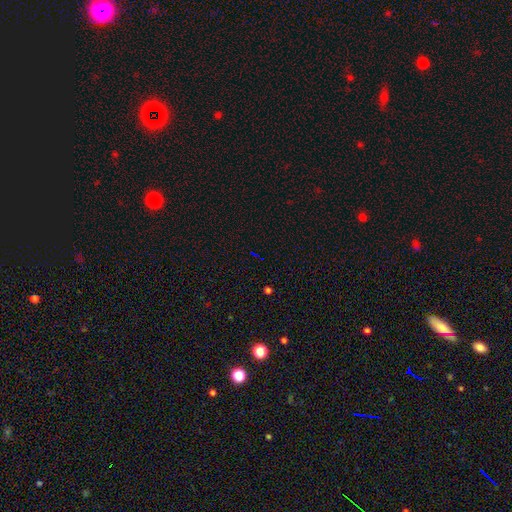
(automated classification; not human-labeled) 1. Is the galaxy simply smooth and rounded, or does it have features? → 73% star or artifact, 20% smooth, 8% featured or disk.